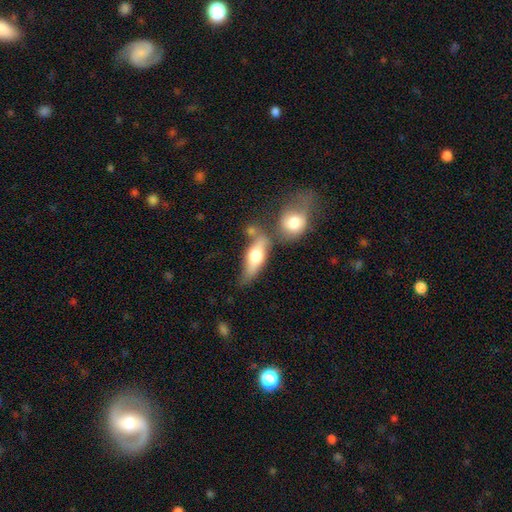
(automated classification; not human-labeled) smooth_or_featured: smooth (p=0.57) [alt: featured or disk p=0.37]
how_rounded: in between (p=0.65) [alt: cigar-shaped p=0.29]
merging: none (p=0.51) [alt: merger p=0.25]